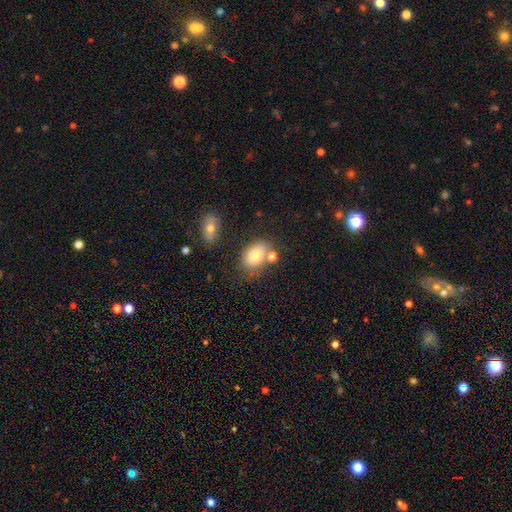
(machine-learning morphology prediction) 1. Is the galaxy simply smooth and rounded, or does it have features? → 75% smooth, 15% featured or disk, 9% star or artifact.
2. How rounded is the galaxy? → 81% in between, 17% round, 2% cigar-shaped.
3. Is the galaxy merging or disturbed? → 61% none, 17% merger, 17% minor disturbance, 5% major disturbance.